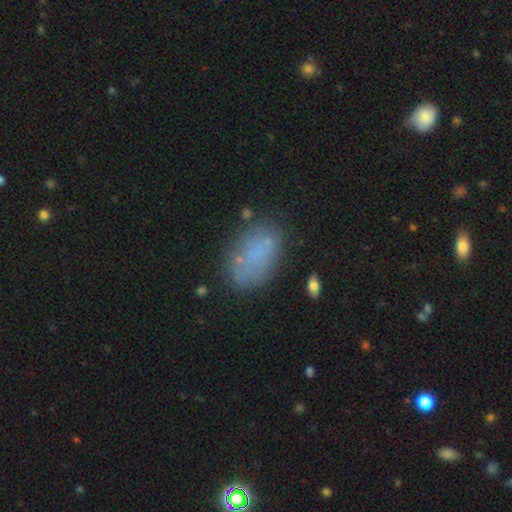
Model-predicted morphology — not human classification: smooth 67%, featured or disk 20%, star or artifact 13%. Down the decision tree: how rounded — in between (90%); merging — none (65%).